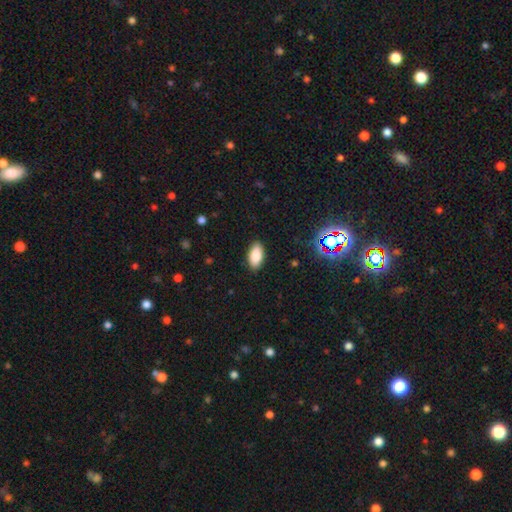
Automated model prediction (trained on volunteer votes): This appears to be a smooth galaxy with no disk features (82%) that is in between round and cigar-shaped (92%). Merging: none (89%).